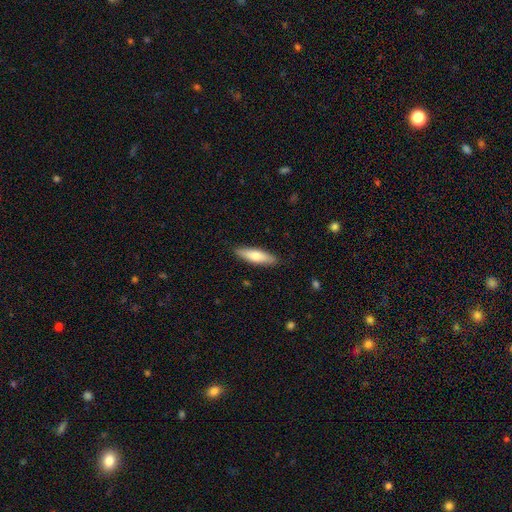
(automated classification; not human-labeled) Overall: smooth (71%). How rounded: cigar-shaped (59%; in between 40%). Merging: none (88%).